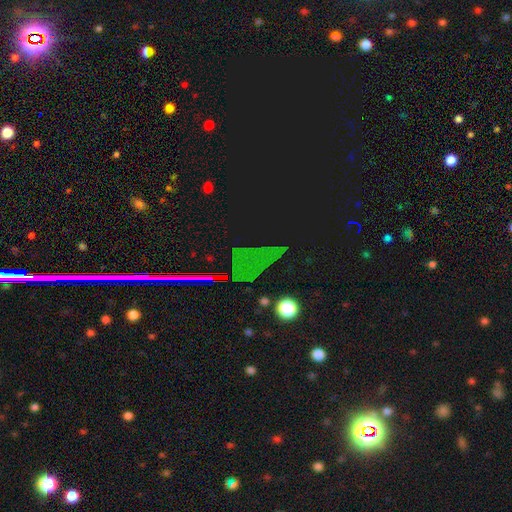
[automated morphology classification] This appears to be a star or artifact, not a galaxy (79%).